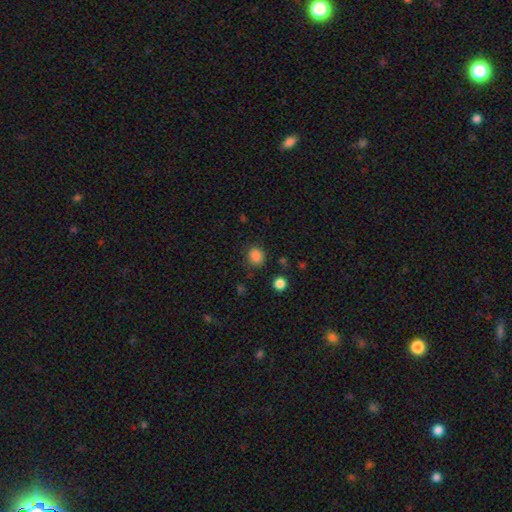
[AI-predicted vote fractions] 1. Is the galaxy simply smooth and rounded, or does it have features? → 85% smooth, 12% star or artifact, 3% featured or disk.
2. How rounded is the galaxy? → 67% round, 32% in between, 1% cigar-shaped.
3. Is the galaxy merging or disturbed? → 83% none, 11% minor disturbance, 3% major disturbance, 2% merger.